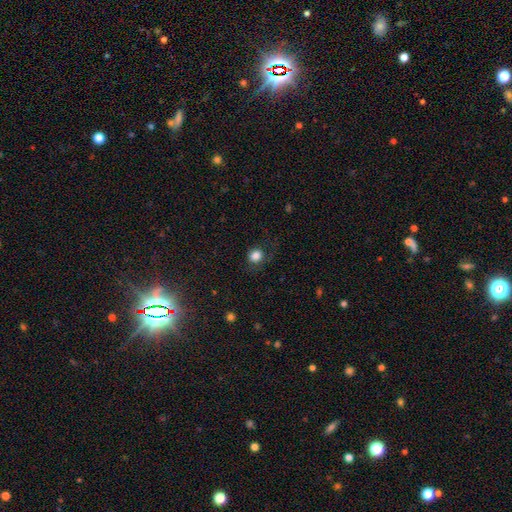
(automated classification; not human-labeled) smooth_or_featured: smooth (p=0.85) [alt: star or artifact p=0.11]
how_rounded: round (p=0.77) [alt: in between p=0.22]
merging: none (p=0.77) [alt: minor disturbance p=0.15]